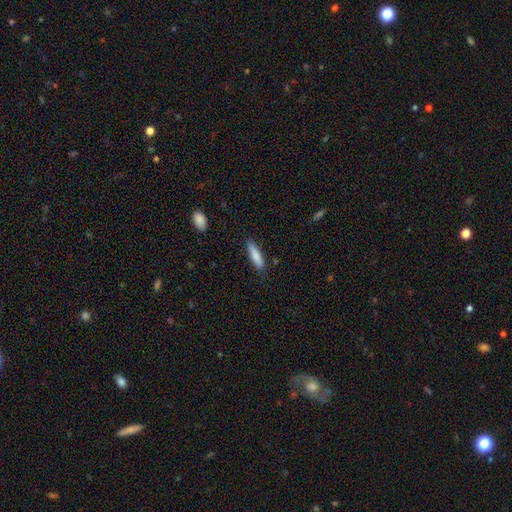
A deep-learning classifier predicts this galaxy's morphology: Smooth or featured? smooth (84%)
How rounded? cigar-shaped (71%)
Merging? none (84%)